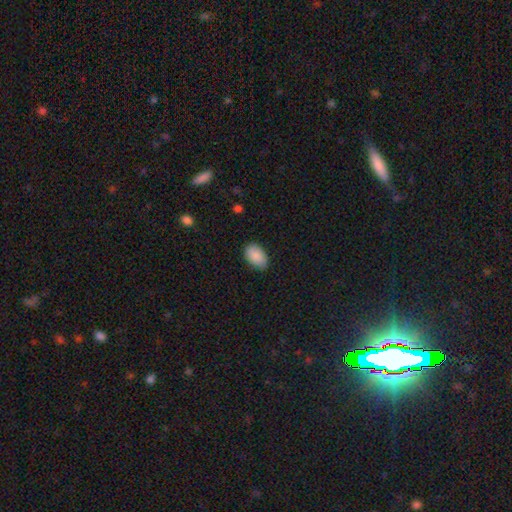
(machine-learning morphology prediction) smooth-or-featured: smooth: 90% | star or artifact: 7% | featured or disk: 4%
  how-rounded: in between: 92% | round: 6% | cigar-shaped: 1%
  merging: none: 81% | minor disturbance: 15% | major disturbance: 2% | merger: 1%